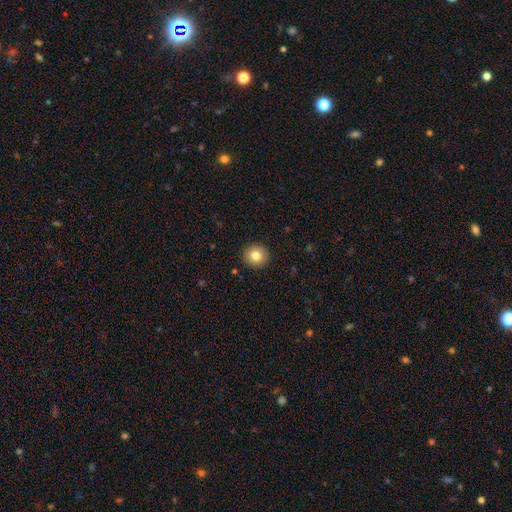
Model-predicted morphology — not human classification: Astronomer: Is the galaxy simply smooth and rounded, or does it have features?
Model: smooth — 81%.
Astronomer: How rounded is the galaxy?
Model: round — 93%.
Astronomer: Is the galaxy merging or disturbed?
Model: none — 92%.